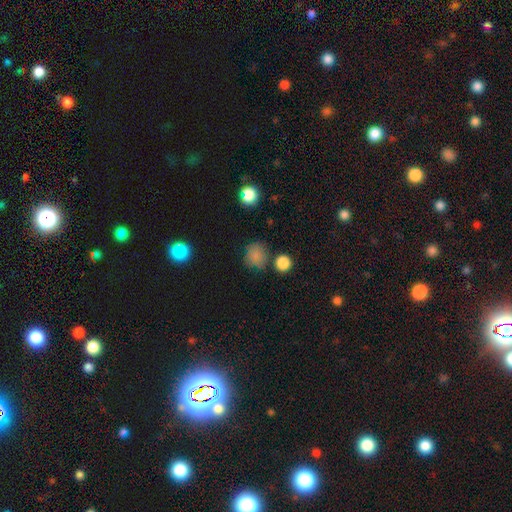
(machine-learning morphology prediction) This is likely a smooth galaxy (77%). How rounded: clearly round (81%). Merging: likely none (70%).